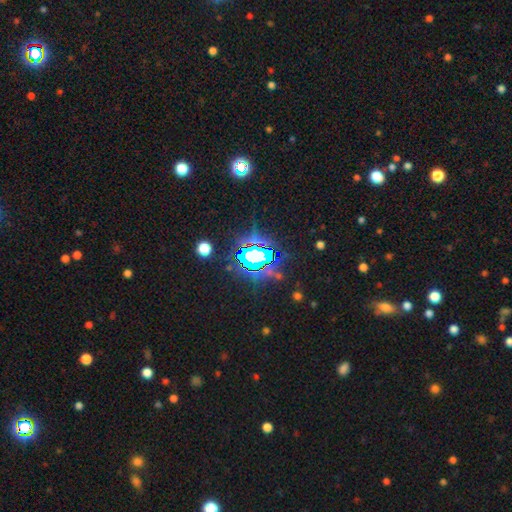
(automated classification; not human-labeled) Q: Smooth or featured?
A: star or artifact (68%); runner-up: smooth (18%)